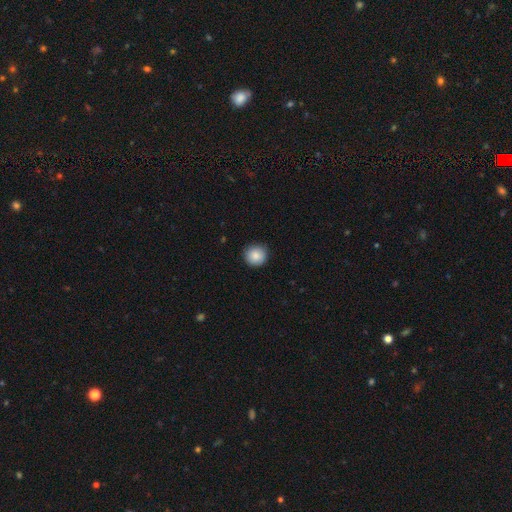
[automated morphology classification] This is clearly a smooth galaxy (88%). How rounded: clearly round (94%). Merging: clearly none (90%).